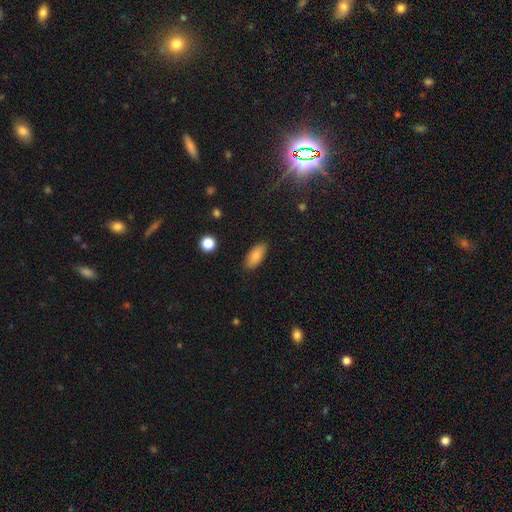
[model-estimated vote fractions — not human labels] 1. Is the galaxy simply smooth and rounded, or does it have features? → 84% smooth, 9% featured or disk, 7% star or artifact.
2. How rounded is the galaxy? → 88% in between, 10% cigar-shaped, 3% round.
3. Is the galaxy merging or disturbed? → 87% none, 10% minor disturbance, 2% major disturbance, 1% merger.